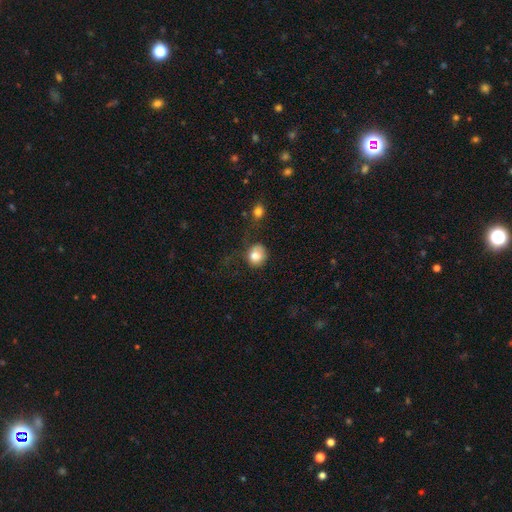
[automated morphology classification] Overall: smooth (81%). How rounded: round (76%). Merging: none (52%; minor disturbance 26%).